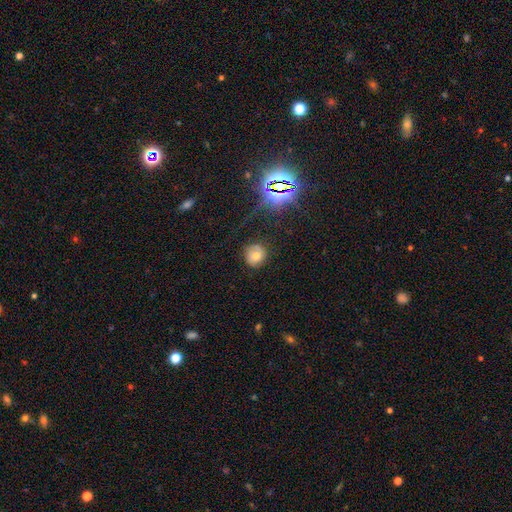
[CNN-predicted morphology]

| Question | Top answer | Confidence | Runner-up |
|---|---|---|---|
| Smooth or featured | smooth | 57% | featured or disk (23%) |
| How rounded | round | 85% | in between (14%) |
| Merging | none | 76% | minor disturbance (17%) |